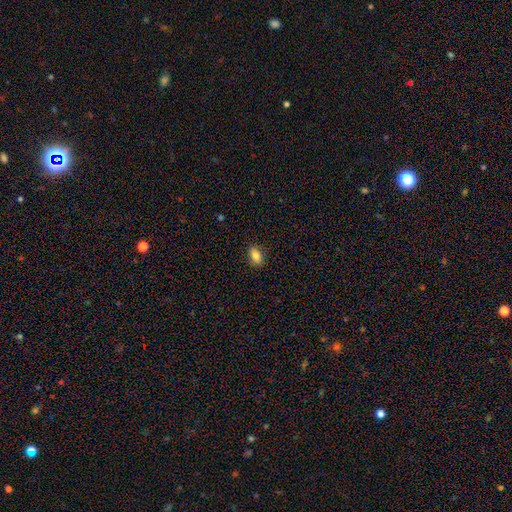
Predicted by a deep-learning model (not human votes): smooth_or_featured: smooth (p=0.82) [alt: featured or disk p=0.09]
how_rounded: in between (p=0.87) [alt: round p=0.08]
merging: none (p=0.87) [alt: minor disturbance p=0.10]